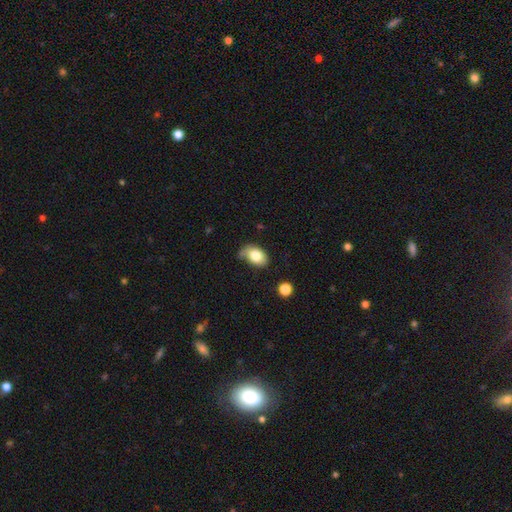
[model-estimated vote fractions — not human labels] This is likely a smooth galaxy (79%). How rounded: clearly in between (85%). Merging: possibly none (51%).